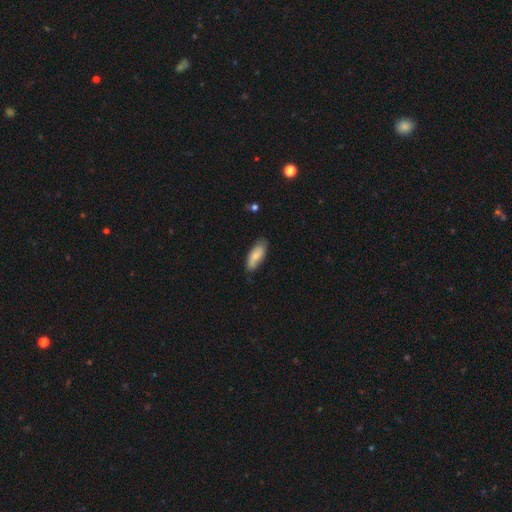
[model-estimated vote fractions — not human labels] Smooth or featured: smooth — 73% (featured or disk — 21%)
How rounded: in between — 76% (cigar-shaped — 22%)
Merging: none — 75% (minor disturbance — 20%)